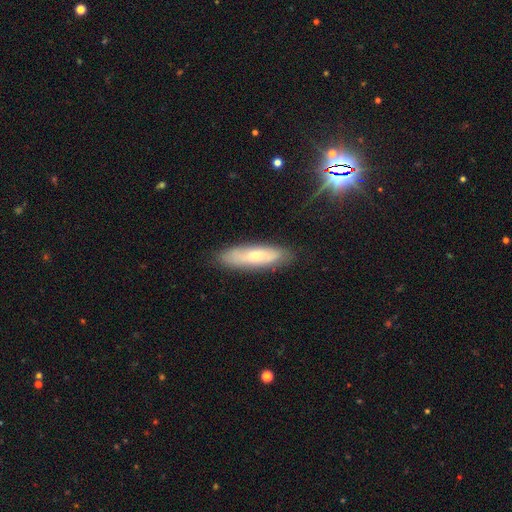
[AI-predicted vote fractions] Overall: smooth (50%; featured or disk 42%). Merging: none (83%).